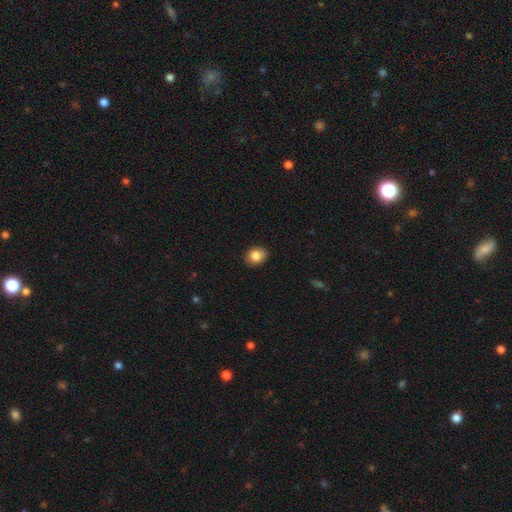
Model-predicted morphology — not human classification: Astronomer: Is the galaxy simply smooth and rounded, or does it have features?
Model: smooth — 84%.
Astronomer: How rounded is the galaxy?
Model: round — 65%.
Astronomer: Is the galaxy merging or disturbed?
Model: none — 89%.